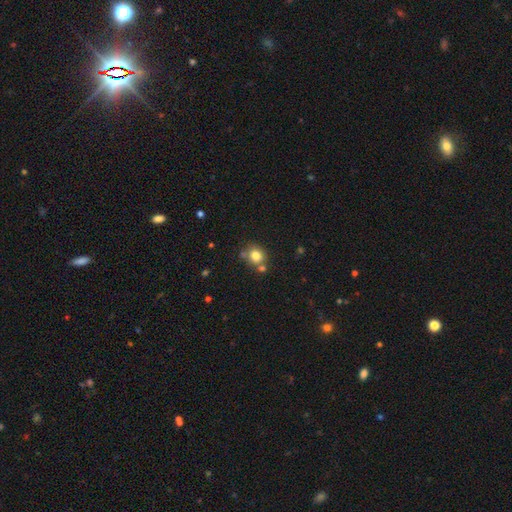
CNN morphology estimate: Smooth or featured?
  - smooth: 78% *
  - star or artifact: 12%
  - featured or disk: 10%
How rounded?
  - round: 75% *
  - in between: 24%
  - cigar-shaped: 1%
Merging?
  - none: 65% *
  - merger: 18%
  - minor disturbance: 13%
  - major disturbance: 4%